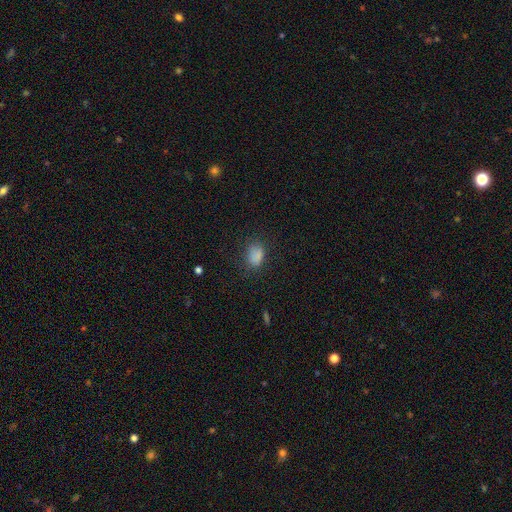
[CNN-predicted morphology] type=smooth (82%); roundness=in between (80%); merging=none (71%).